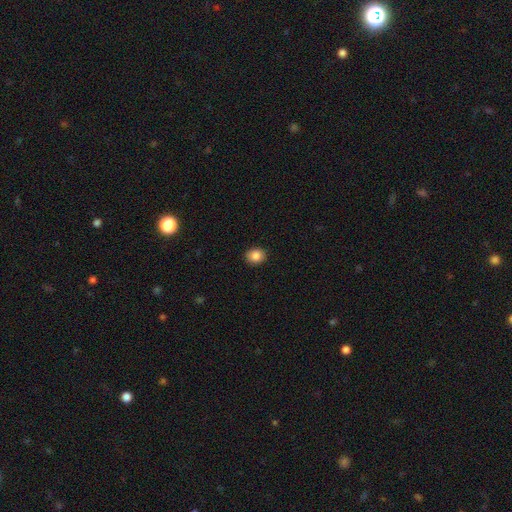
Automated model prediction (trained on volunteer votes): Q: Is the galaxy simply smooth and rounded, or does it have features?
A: smooth — 86%.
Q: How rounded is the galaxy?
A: round — 60%.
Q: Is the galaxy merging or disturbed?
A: none — 90%.